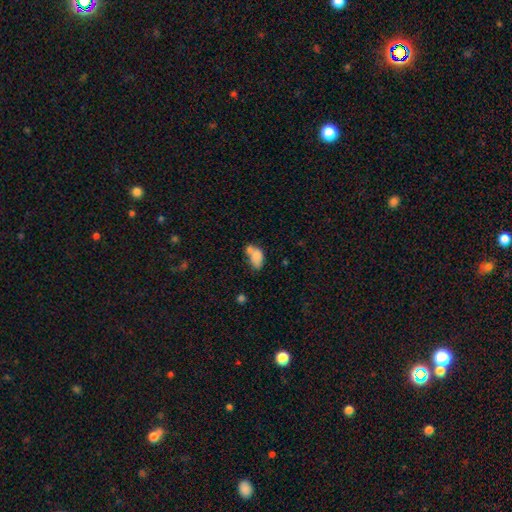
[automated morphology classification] Smooth or featured?
  - smooth: 75% *
  - featured or disk: 16%
  - star or artifact: 9%
How rounded?
  - in between: 87% *
  - round: 11%
  - cigar-shaped: 2%
Merging?
  - merger: 45% *
  - none: 30%
  - minor disturbance: 17%
  - major disturbance: 9%